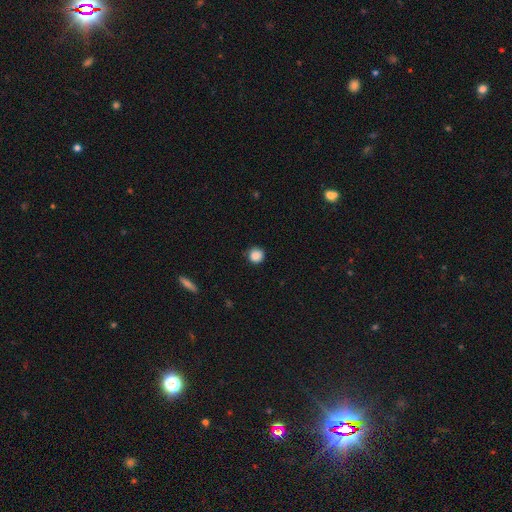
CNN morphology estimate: Q: Smooth or featured?
A: smooth (87%); runner-up: star or artifact (10%)
Q: How rounded?
A: round (95%); runner-up: in between (4%)
Q: Merging?
A: none (86%); runner-up: minor disturbance (10%)